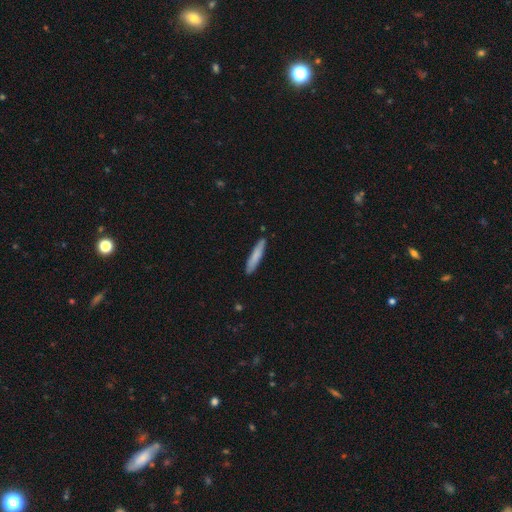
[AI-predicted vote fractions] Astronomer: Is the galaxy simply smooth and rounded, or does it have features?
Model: smooth — 78%.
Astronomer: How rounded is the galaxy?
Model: cigar-shaped — 91%.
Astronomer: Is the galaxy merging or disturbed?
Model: none — 86%.